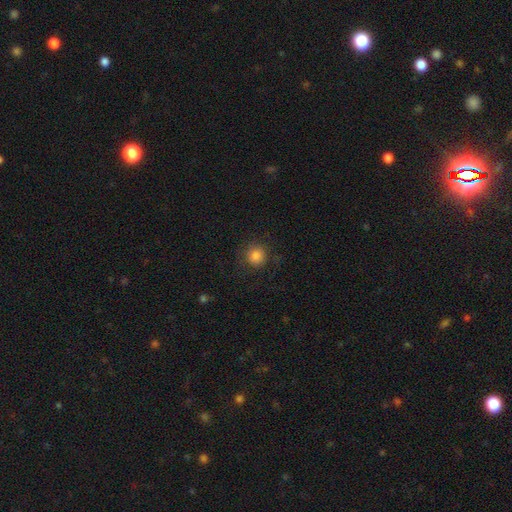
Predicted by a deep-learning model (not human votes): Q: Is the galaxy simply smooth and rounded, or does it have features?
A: smooth — 83%.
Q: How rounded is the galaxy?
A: round — 92%.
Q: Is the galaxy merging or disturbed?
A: none — 82%.